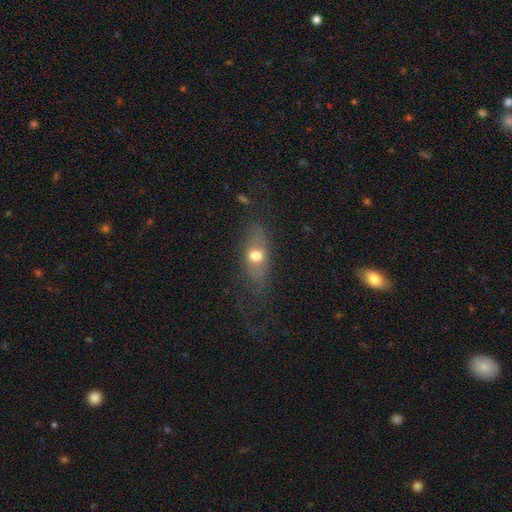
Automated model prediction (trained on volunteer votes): Morphology: type=smooth (57%); roundness=in between (71%); merging=none (61%).